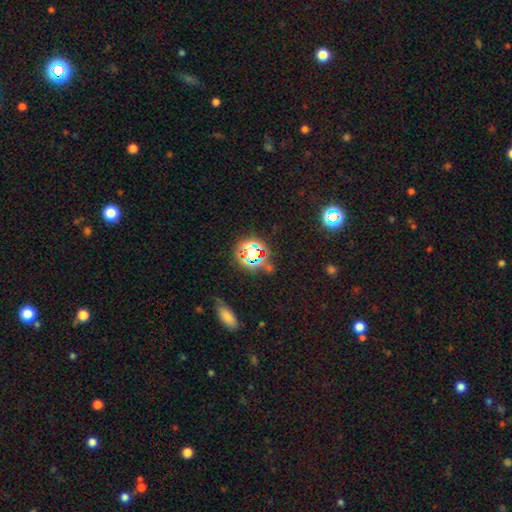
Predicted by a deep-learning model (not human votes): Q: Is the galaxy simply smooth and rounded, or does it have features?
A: star or artifact — 66%.